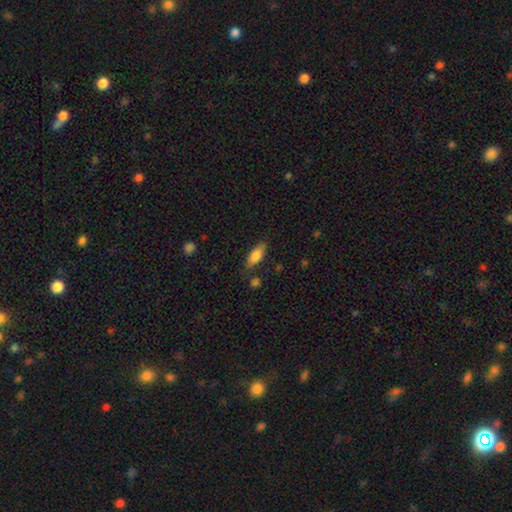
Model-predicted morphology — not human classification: Smooth or featured? Predicted: smooth (p=0.79). How rounded? Predicted: in between (p=0.74). Merging? Predicted: none (p=0.77).